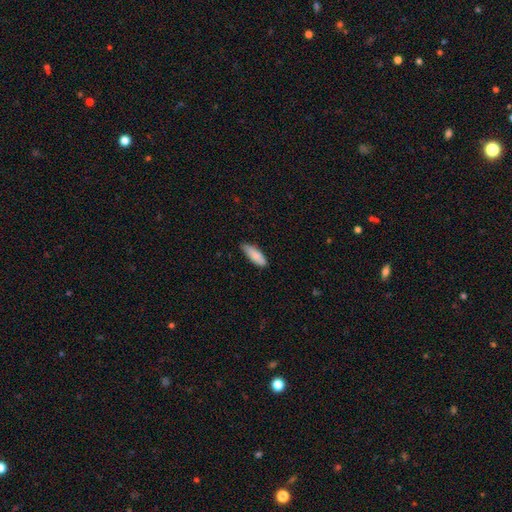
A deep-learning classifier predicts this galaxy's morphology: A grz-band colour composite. It shows a smooth galaxy with no disk features (85%) that is in between round and cigar-shaped (62%). Merging: none (71%).